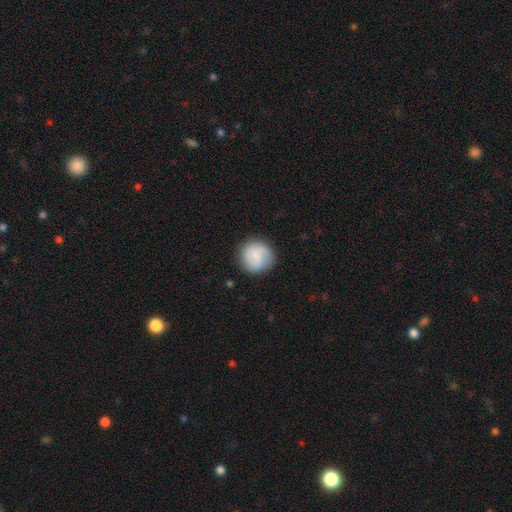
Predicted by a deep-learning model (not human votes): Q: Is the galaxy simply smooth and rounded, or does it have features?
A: smooth — 72%.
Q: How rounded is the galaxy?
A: round — 91%.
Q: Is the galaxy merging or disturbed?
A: none — 82%.